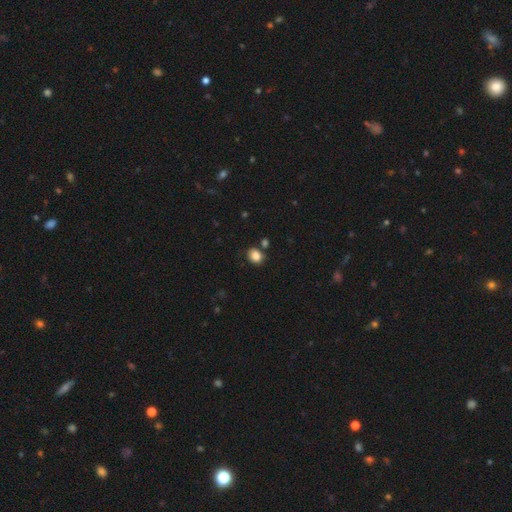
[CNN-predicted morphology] A smooth galaxy with no disk features (85%) that is round (58%). Merging: none (75%).